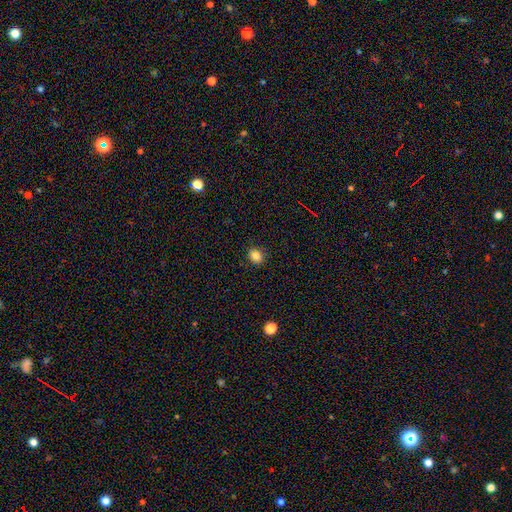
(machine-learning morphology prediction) Overall: smooth (84%). How rounded: round (54%; in between 45%). Merging: none (89%).